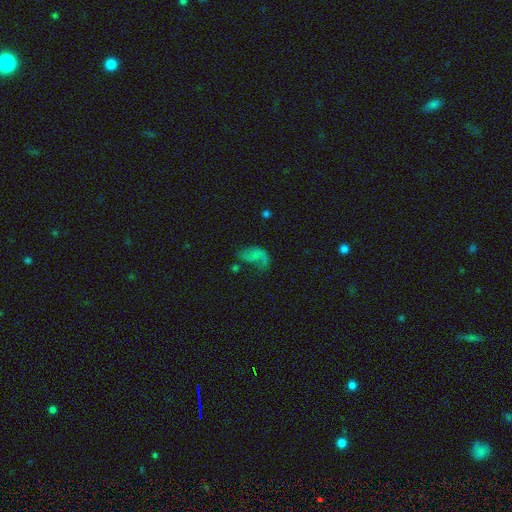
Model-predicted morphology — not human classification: smooth-or-featured: smooth: 43% | featured or disk: 40% | star or artifact: 17%
  merging: major disturbance: 43% | none: 29% | minor disturbance: 20% | merger: 8%